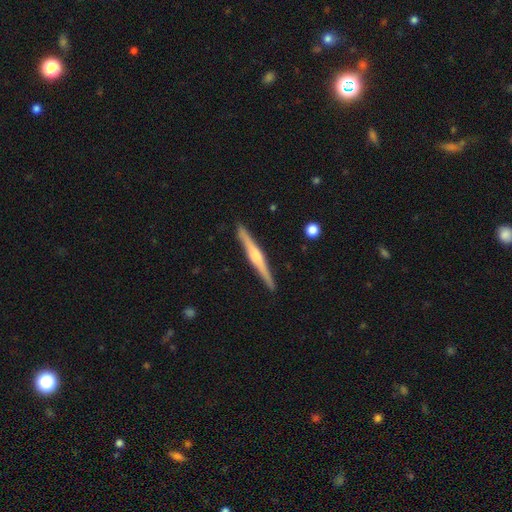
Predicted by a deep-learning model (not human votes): featured or disk 74%, smooth 21%, star or artifact 5%. Down the decision tree: edge-on disk — yes (98%); edge-on bulge — rounded (70%); merging — none (92%).